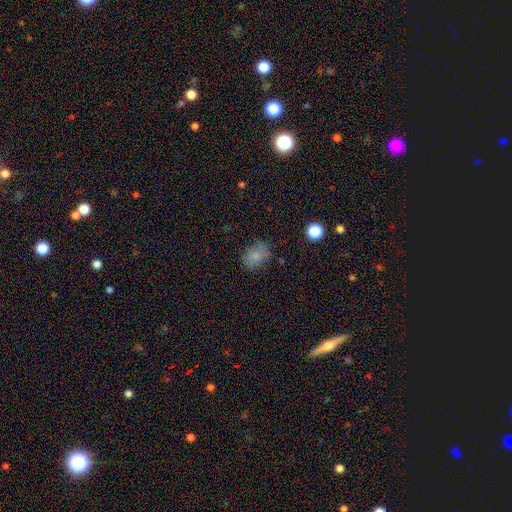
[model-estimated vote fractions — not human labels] A smooth galaxy with no disk features (78%) that is in between round and cigar-shaped (74%).

Vote fractions:
- Smooth or featured? smooth: 78% / star or artifact: 11% / featured or disk: 11%
- How rounded? in between: 74% / round: 24% / cigar-shaped: 1%
- Merging? none: 76% / minor disturbance: 17% / major disturbance: 5% / merger: 2%